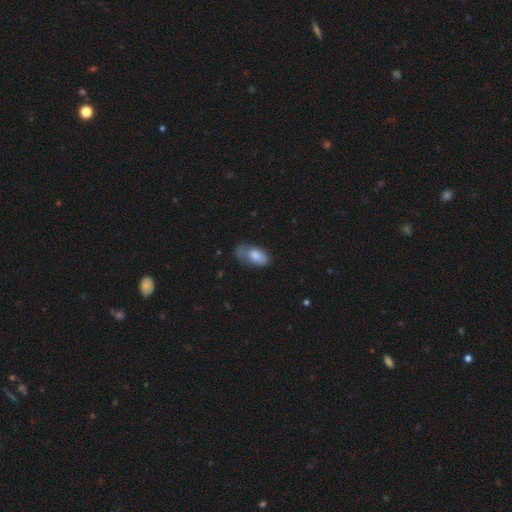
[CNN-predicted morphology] Smooth or featured? Predicted: smooth (p=0.77). How rounded? Predicted: in between (p=0.92). Merging? Predicted: none (p=0.35).